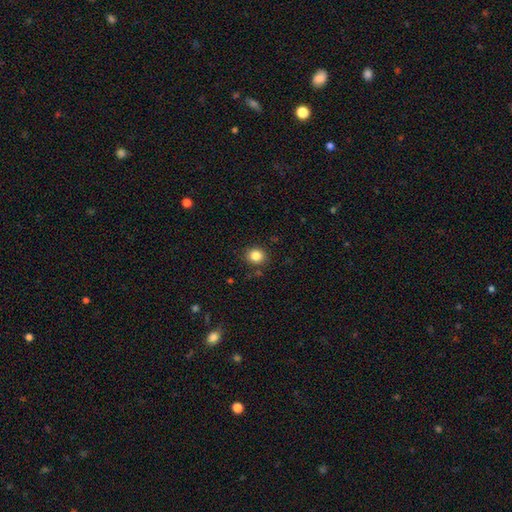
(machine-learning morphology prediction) type=smooth (84%); roundness=round (76%); merging=none (87%).